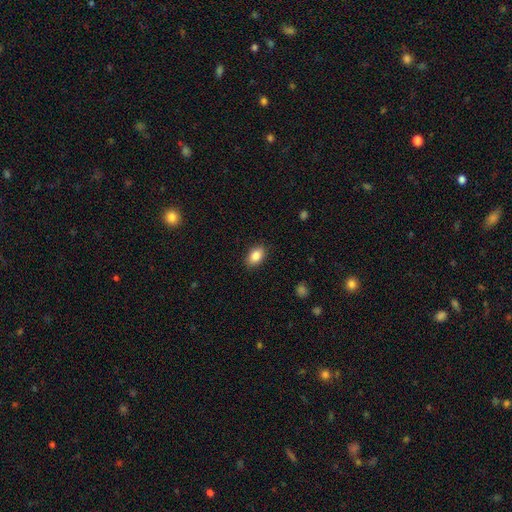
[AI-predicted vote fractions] smooth-or-featured: smooth: 86% | star or artifact: 8% | featured or disk: 6%
  how-rounded: in between: 85% | round: 13% | cigar-shaped: 2%
  merging: none: 88% | minor disturbance: 9% | major disturbance: 2% | merger: 1%